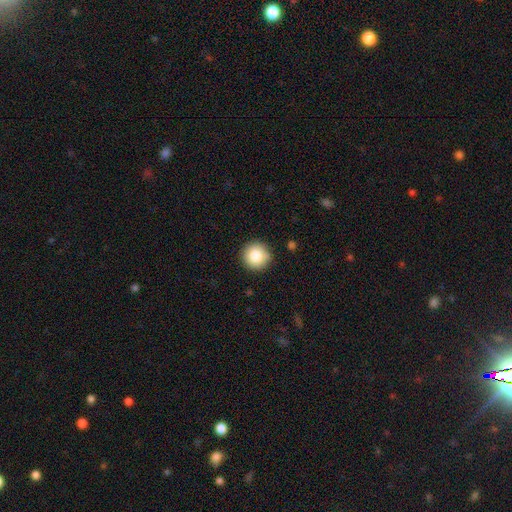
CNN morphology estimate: Smooth or featured? Predicted: smooth (p=0.84). How rounded? Predicted: round (p=0.96). Merging? Predicted: none (p=0.89).